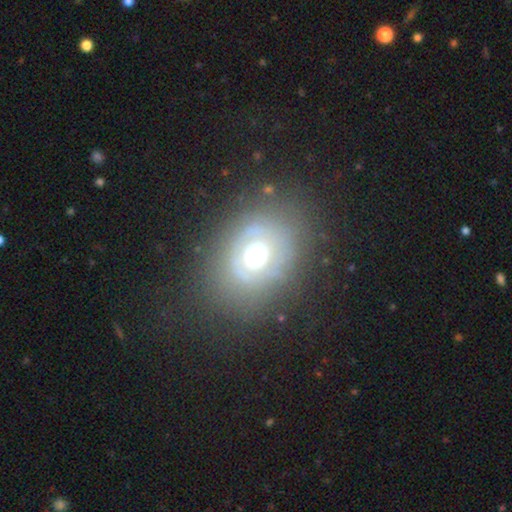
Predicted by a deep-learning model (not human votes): Q: Smooth or featured?
A: featured or disk (49%); runner-up: smooth (38%)
Q: Merging?
A: none (73%); runner-up: minor disturbance (15%)